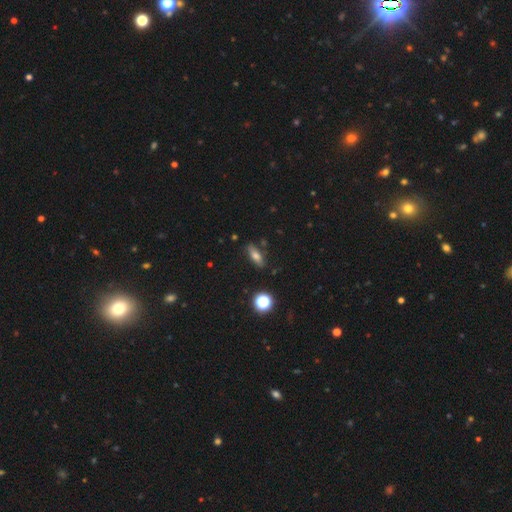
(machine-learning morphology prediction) The model was most divided on "how rounded": in between: 56%, cigar-shaped: 37%, round: 7%. More confident: merging — none (81%); smooth or featured — smooth (65%).